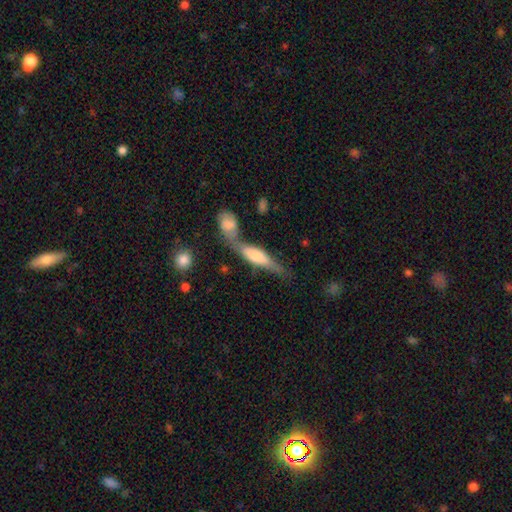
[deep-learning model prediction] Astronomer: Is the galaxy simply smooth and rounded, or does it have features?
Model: featured or disk — 48% (runner-up: smooth, 44%).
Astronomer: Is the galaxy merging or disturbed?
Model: merger — 45% (runner-up: none, 33%).